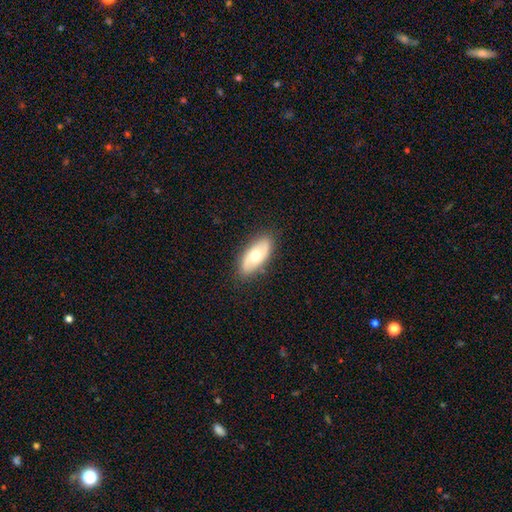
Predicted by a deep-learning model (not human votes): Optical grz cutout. It shows a smooth galaxy with no disk features (52%) that is in between round and cigar-shaped (89%). Merging: none (84%).